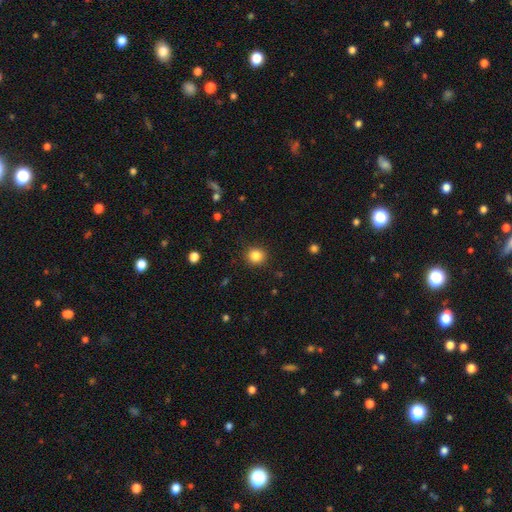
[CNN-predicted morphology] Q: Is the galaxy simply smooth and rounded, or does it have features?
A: smooth — 85%.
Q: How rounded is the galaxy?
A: round — 89%.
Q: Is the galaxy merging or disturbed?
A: none — 90%.